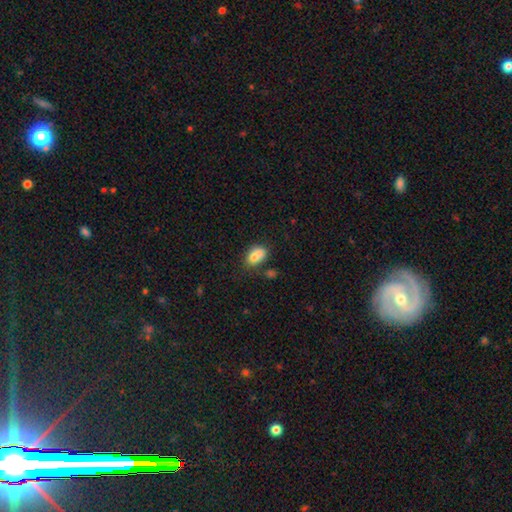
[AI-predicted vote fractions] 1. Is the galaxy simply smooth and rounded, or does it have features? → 79% smooth, 12% featured or disk, 9% star or artifact.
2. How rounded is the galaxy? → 81% in between, 17% round, 2% cigar-shaped.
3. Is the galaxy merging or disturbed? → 48% none, 28% merger, 19% minor disturbance, 6% major disturbance.